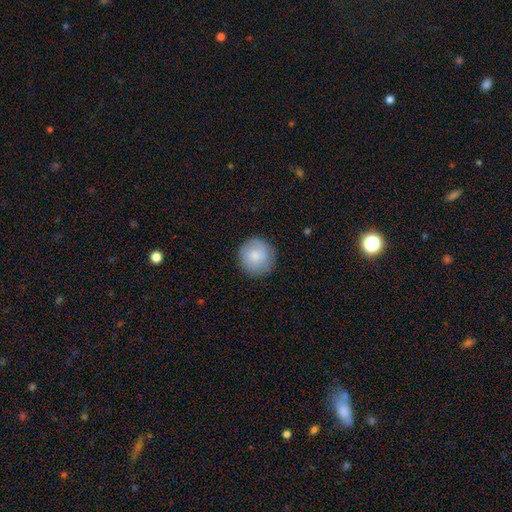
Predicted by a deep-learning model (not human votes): smooth_or_featured: smooth (p=0.81) [alt: featured or disk p=0.12]
how_rounded: round (p=0.94) [alt: in between p=0.05]
merging: none (p=0.87) [alt: minor disturbance p=0.10]